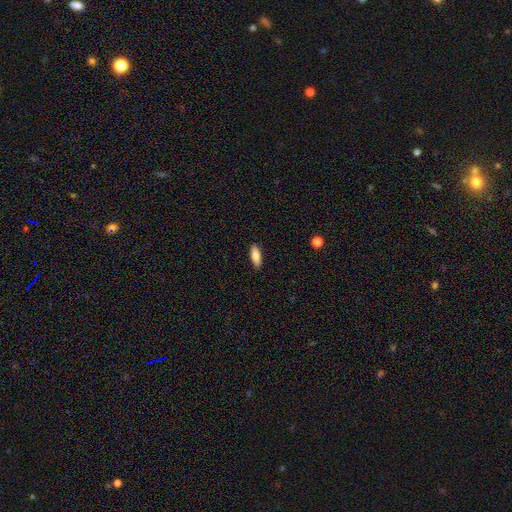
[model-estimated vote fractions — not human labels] A smooth galaxy with no disk features (81%) that is in between round and cigar-shaped (67%).

Vote fractions:
- Smooth or featured? smooth: 81% / featured or disk: 13% / star or artifact: 6%
- How rounded? in between: 67% / cigar-shaped: 31% / round: 2%
- Merging? none: 89% / minor disturbance: 8% / major disturbance: 2% / merger: 1%